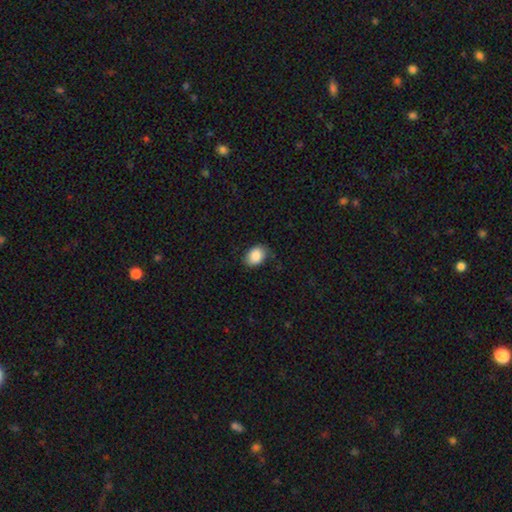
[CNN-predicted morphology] Smooth or featured?
  - smooth: 88% *
  - star or artifact: 7%
  - featured or disk: 5%
How rounded?
  - in between: 75% *
  - round: 24%
  - cigar-shaped: 1%
Merging?
  - none: 79% *
  - minor disturbance: 17%
  - major disturbance: 3%
  - merger: 1%